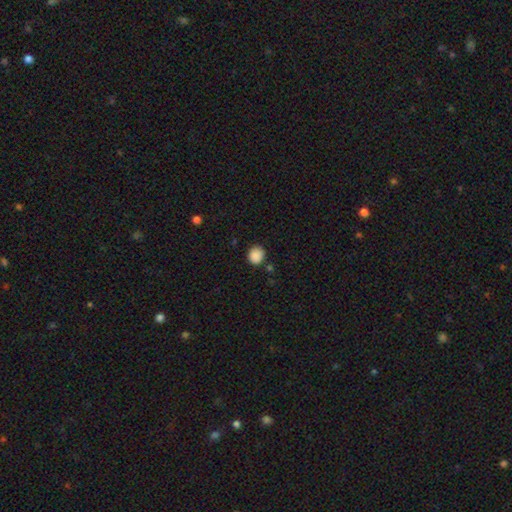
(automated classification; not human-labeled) Smooth or featured? Predicted: smooth (p=0.88). How rounded? Predicted: round (p=0.80). Merging? Predicted: none (p=0.82).